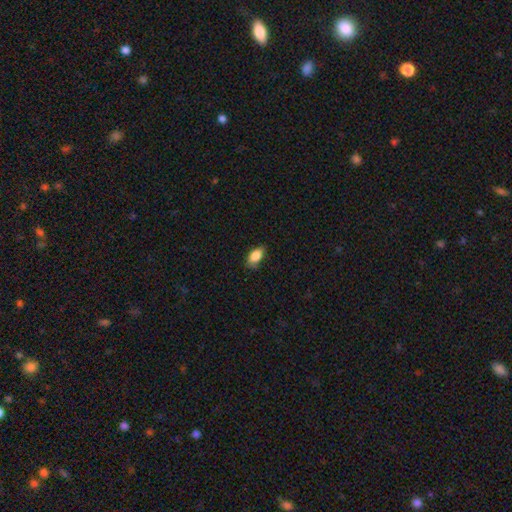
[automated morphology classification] A smooth galaxy with no disk features (86%) that is in between round and cigar-shaped (91%).

Vote fractions:
- Smooth or featured? smooth: 86% / star or artifact: 7% / featured or disk: 6%
- How rounded? in between: 91% / round: 5% / cigar-shaped: 4%
- Merging? none: 77% / minor disturbance: 19% / major disturbance: 3% / merger: 1%